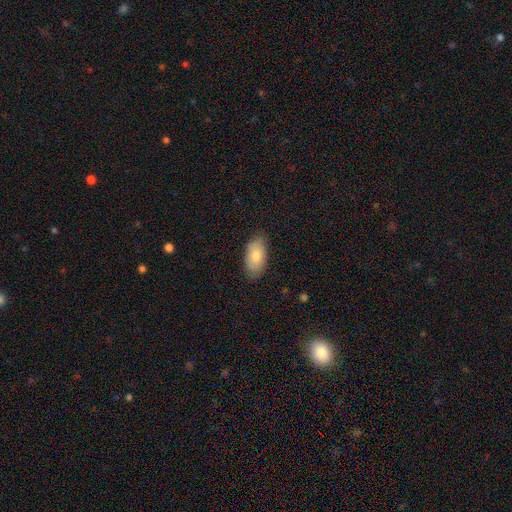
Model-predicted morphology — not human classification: smooth 81%, featured or disk 13%, star or artifact 6%. Down the decision tree: how rounded — in between (93%); merging — none (83%).